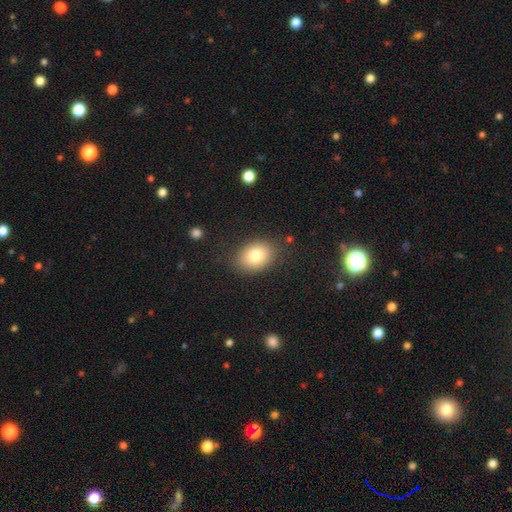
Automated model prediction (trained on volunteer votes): smooth-or-featured: smooth: 79% | featured or disk: 12% | star or artifact: 9%
  how-rounded: in between: 67% | round: 32% | cigar-shaped: 1%
  merging: none: 82% | minor disturbance: 12% | major disturbance: 4% | merger: 2%